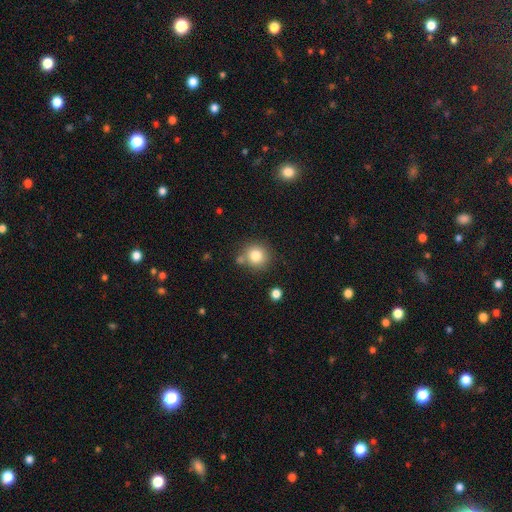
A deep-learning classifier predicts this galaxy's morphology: smooth 81%, star or artifact 11%, featured or disk 8%. Down the decision tree: how rounded — round (91%); merging — none (73%).